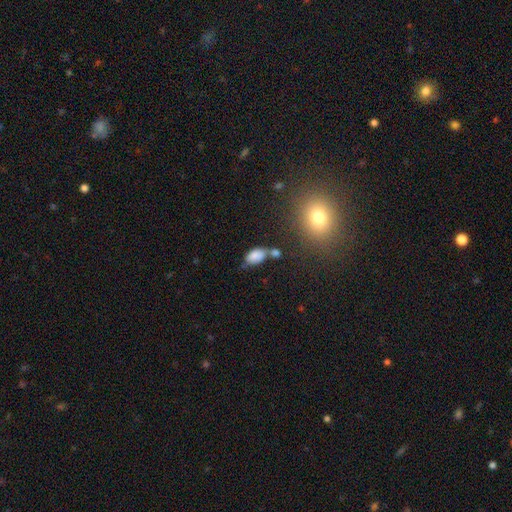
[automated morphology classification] A smooth galaxy with no disk features (78%) that is in between round and cigar-shaped (91%). Merging: none (36%).